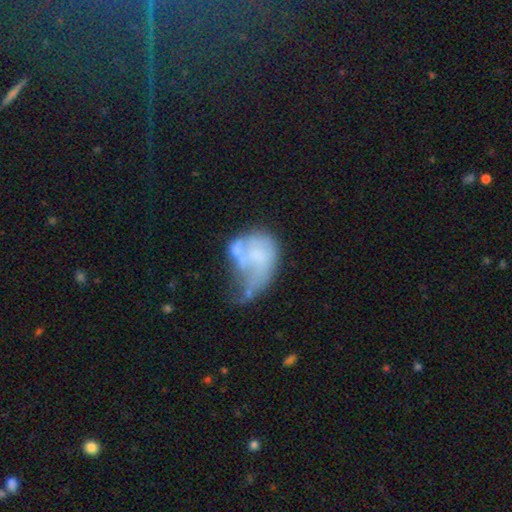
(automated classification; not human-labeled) A featured or disk galaxy (51%). Merging: major disturbance (44%).